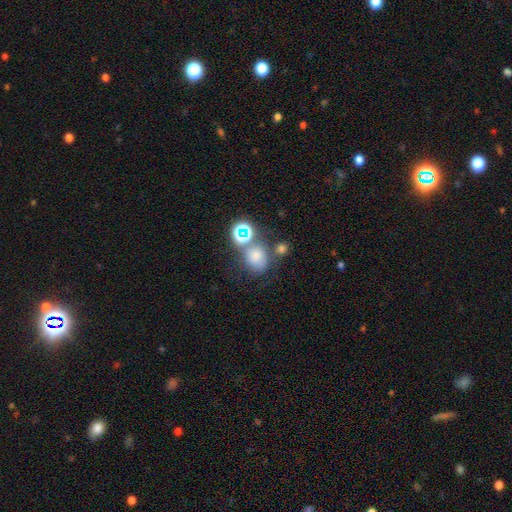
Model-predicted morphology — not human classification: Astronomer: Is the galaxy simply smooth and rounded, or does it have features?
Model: smooth — 67%.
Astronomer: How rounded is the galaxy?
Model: round — 59% (runner-up: in between, 39%).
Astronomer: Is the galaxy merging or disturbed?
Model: none — 51%.